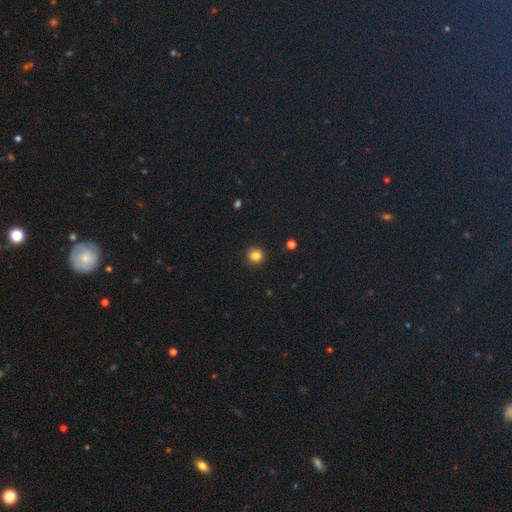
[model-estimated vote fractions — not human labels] smooth_or_featured: smooth (p=0.83) [alt: star or artifact p=0.12]
how_rounded: round (p=0.91) [alt: in between p=0.08]
merging: none (p=0.90) [alt: minor disturbance p=0.07]